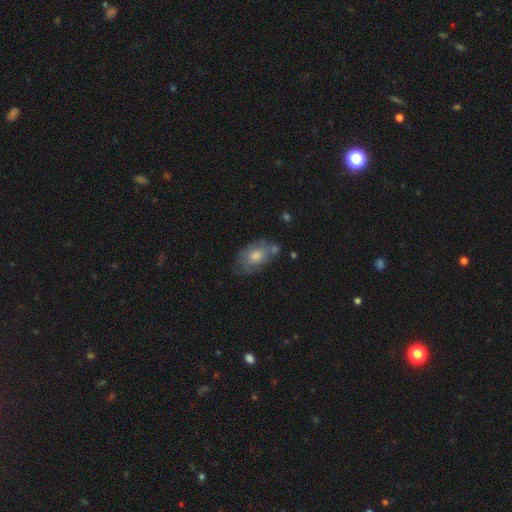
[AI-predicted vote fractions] smooth 56%, featured or disk 34%, star or artifact 10%. Down the decision tree: how rounded — in between (85%); merging — none (58%).